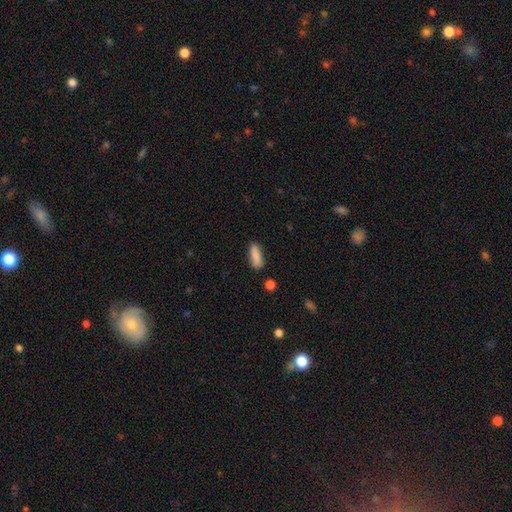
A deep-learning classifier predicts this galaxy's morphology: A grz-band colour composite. It shows a smooth galaxy with no disk features (87%) that is in between round and cigar-shaped (57%). Merging: none (82%).